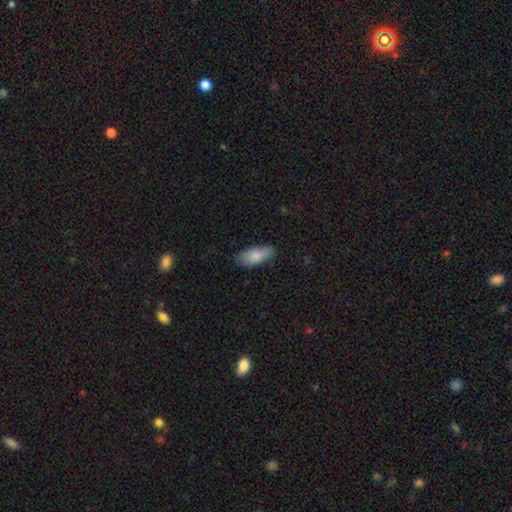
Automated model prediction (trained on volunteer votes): This appears to be a smooth galaxy with no disk features (83%) that is in between round and cigar-shaped (82%). Merging: none (80%).